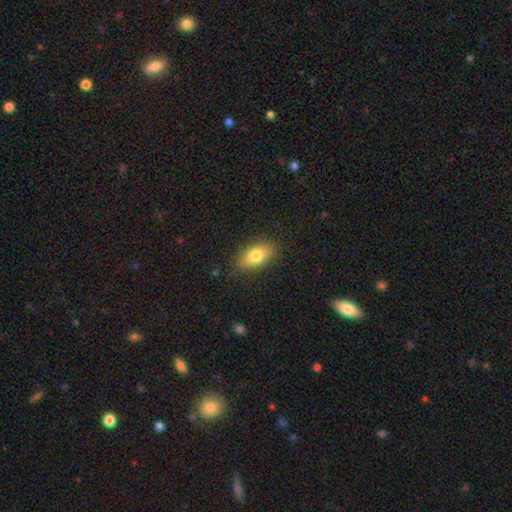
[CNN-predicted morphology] Q: Smooth or featured?
A: smooth (78%); runner-up: featured or disk (14%)
Q: How rounded?
A: in between (86%); runner-up: cigar-shaped (8%)
Q: Merging?
A: none (83%); runner-up: minor disturbance (13%)